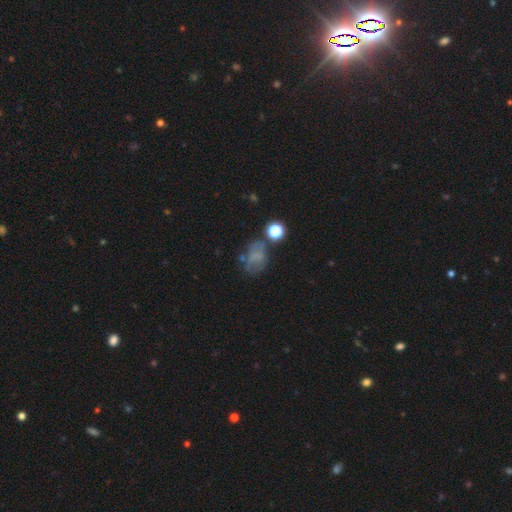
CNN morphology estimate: Overall: smooth (46%; featured or disk 32%). Merging: none (43%; minor disturbance 23%).